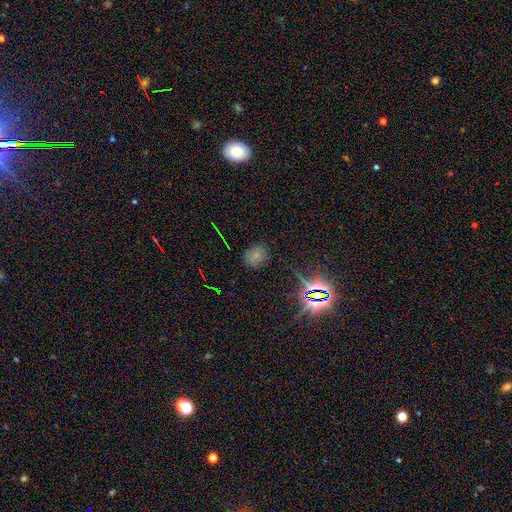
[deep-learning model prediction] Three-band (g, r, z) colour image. It shows a smooth galaxy with no disk features (64%) that is round (57%). Merging: none (82%).